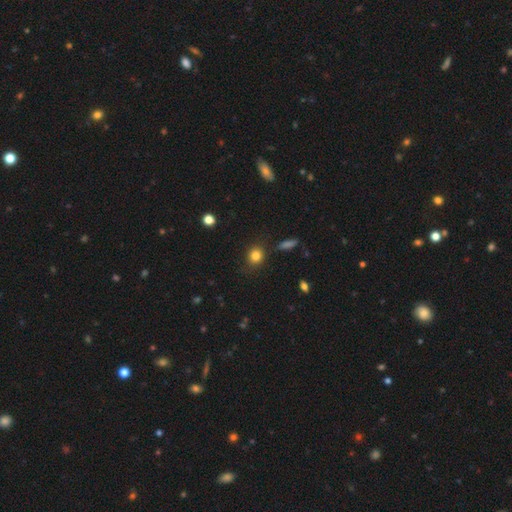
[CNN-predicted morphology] Smooth or featured: smooth — 82% (star or artifact — 11%)
How rounded: round — 76% (in between — 22%)
Merging: none — 82% (minor disturbance — 12%)